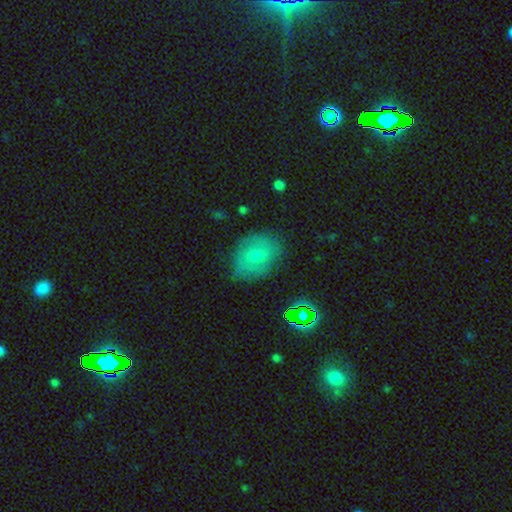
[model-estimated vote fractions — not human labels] Morphology: type=smooth (57%); roundness=in between (55%); merging=none (71%).